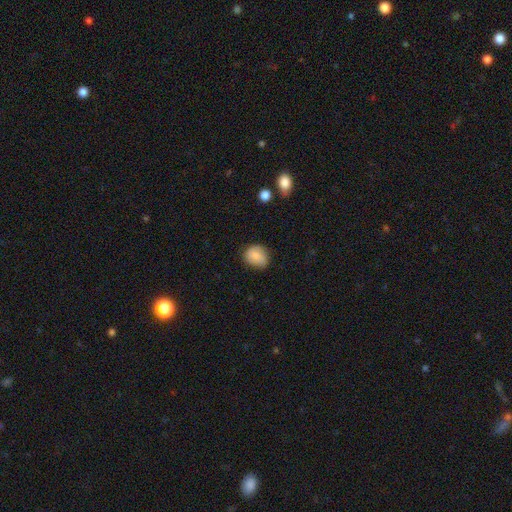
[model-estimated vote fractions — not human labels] Smooth or featured? smooth (83%)
How rounded? round (69%)
Merging? none (72%)